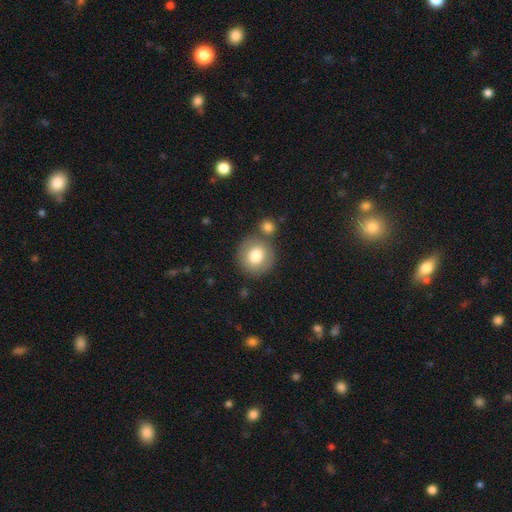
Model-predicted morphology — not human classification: smooth_or_featured: smooth (p=0.78) [alt: featured or disk p=0.14]
how_rounded: round (p=0.91) [alt: in between p=0.08]
merging: none (p=0.73) [alt: merger p=0.14]